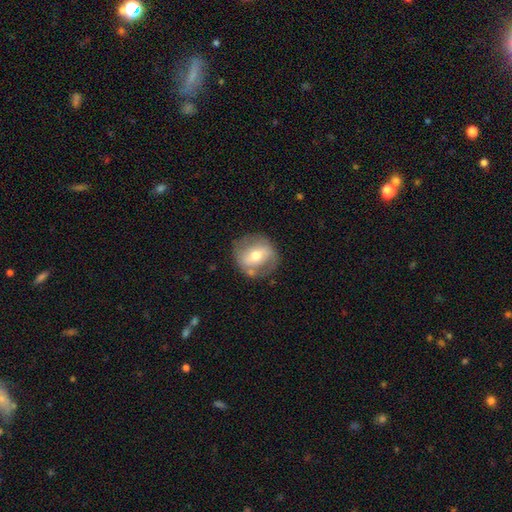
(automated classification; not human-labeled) A featured or disk galaxy (54%) with a weak bar (38%), spiral arms (51%) and a moderate central bulge (70%).

Vote fractions:
- Smooth or featured? featured or disk: 54% / smooth: 38% / star or artifact: 7%
- Edge-on disk? no: 93% / yes: 7%
- Bar? weak: 38% / strong: 34% / no: 28%
- Spiral arms? yes: 51% / no: 49%
- Bulge size? moderate: 70% / small: 20% / large: 7% / dominant: 1% / none: 1%
- Merging? none: 75% / minor disturbance: 15% / major disturbance: 6% / merger: 3%